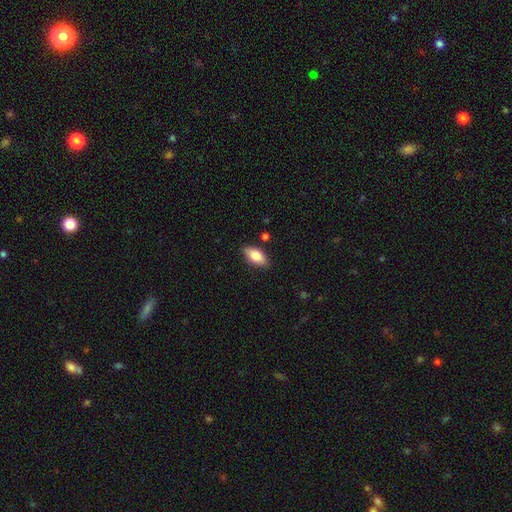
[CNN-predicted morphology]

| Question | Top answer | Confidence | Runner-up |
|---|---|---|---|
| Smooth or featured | smooth | 77% | featured or disk (17%) |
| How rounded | in between | 87% | cigar-shaped (9%) |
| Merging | none | 85% | minor disturbance (11%) |